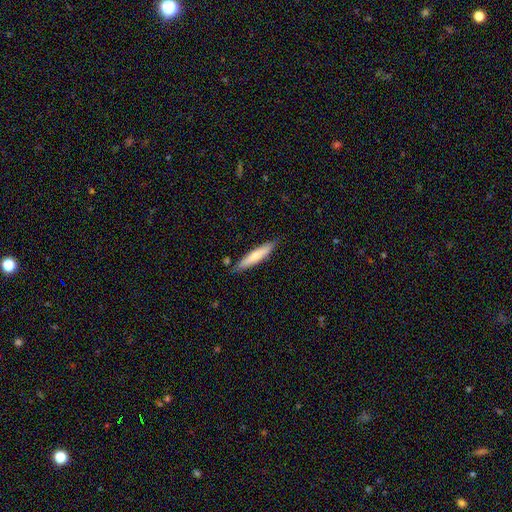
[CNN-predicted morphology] smooth-or-featured: smooth: 64% | featured or disk: 30% | star or artifact: 5%
  how-rounded: cigar-shaped: 88% | in between: 11% | round: 1%
  merging: none: 84% | minor disturbance: 12% | merger: 2% | major disturbance: 2%